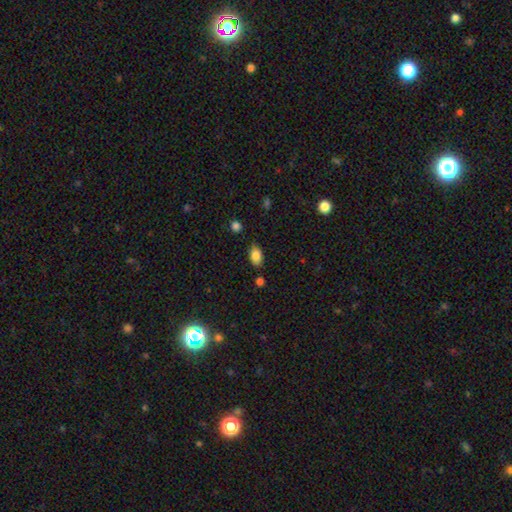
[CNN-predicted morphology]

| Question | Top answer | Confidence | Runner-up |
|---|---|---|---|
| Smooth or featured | smooth | 85% | star or artifact (9%) |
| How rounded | in between | 89% | round (8%) |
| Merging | none | 80% | minor disturbance (14%) |